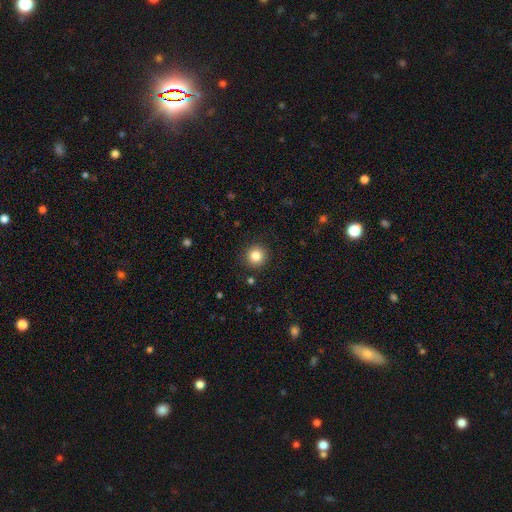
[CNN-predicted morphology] This appears to be a smooth galaxy with no disk features (84%) that is round (94%). Merging: none (91%).